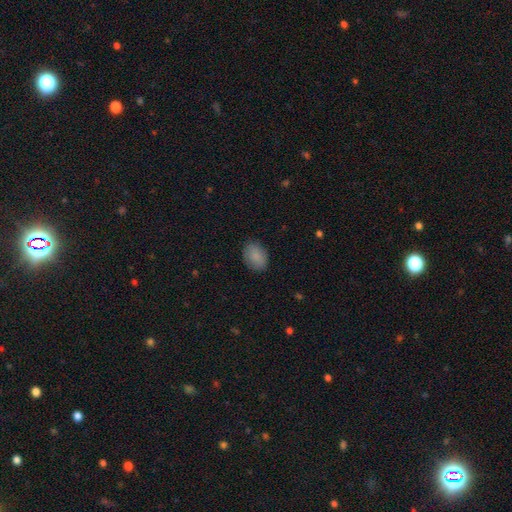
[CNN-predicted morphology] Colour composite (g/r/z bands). It shows a smooth galaxy with no disk features (87%) that is in between round and cigar-shaped (73%). Merging: none (84%).